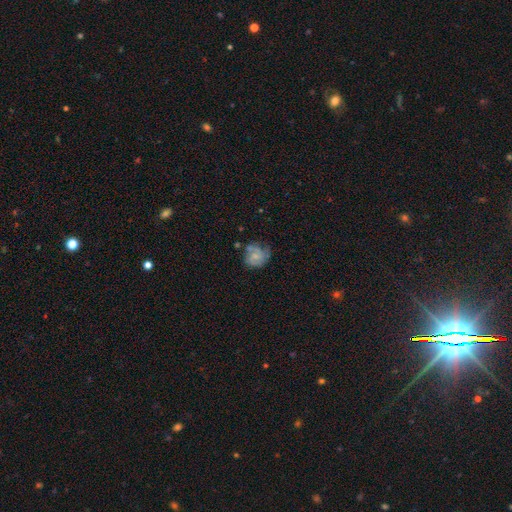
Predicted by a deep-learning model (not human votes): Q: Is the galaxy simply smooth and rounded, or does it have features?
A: featured or disk — 57%.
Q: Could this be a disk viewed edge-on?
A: no — 98%.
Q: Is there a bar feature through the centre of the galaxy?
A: no — 71%.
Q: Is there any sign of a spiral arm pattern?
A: yes — 80%.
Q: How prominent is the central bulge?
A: small — 57%.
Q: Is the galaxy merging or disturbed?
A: none — 51%.